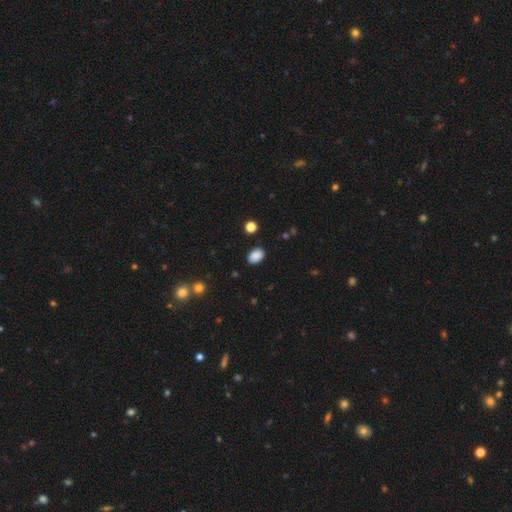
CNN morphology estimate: smooth_or_featured: smooth (p=0.87) [alt: star or artifact p=0.09]
how_rounded: in between (p=0.83) [alt: round p=0.16]
merging: none (p=0.86) [alt: minor disturbance p=0.10]